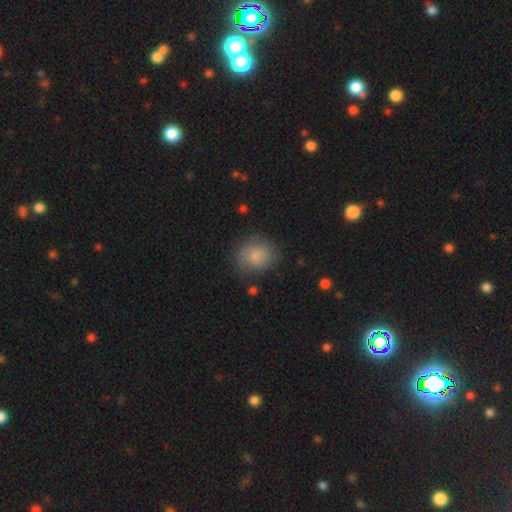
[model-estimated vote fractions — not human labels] Smooth or featured? Predicted: smooth (p=0.79). How rounded? Predicted: round (p=0.70). Merging? Predicted: none (p=0.72).